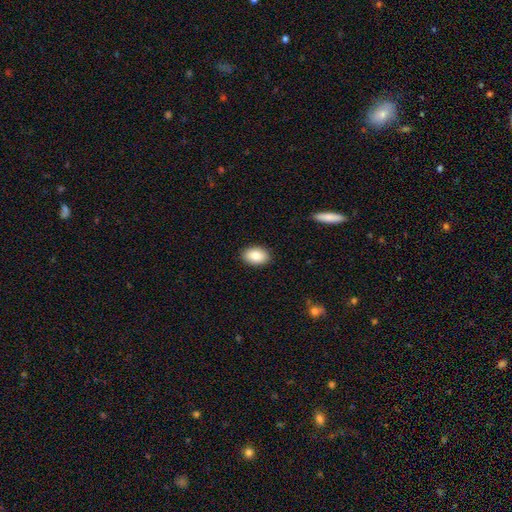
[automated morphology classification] This is clearly a smooth galaxy (85%). How rounded: clearly in between (88%). Merging: clearly none (90%).